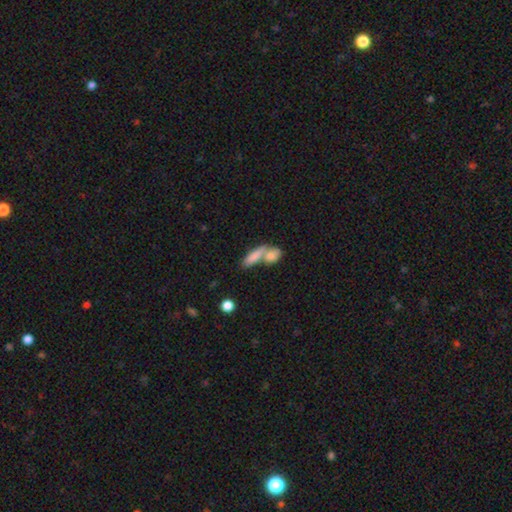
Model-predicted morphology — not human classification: The model was most divided on "merging": merger: 57%, none: 31%, minor disturbance: 8%, major disturbance: 4%. More confident: smooth or featured — smooth (79%); how rounded — in between (60%).